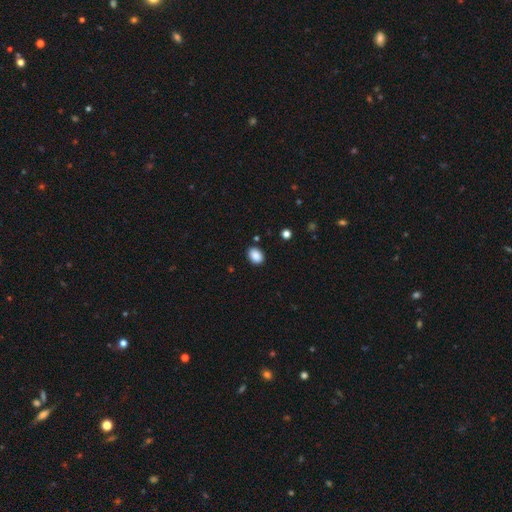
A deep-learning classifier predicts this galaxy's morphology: Q: Smooth or featured?
A: smooth (88%); runner-up: star or artifact (9%)
Q: How rounded?
A: in between (70%); runner-up: round (29%)
Q: Merging?
A: none (88%); runner-up: minor disturbance (9%)